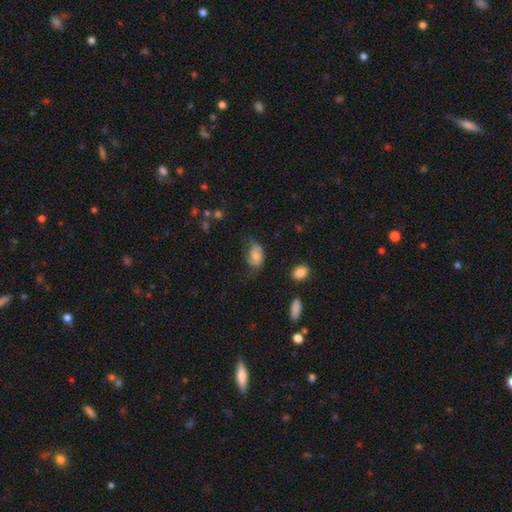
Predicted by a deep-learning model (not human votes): Smooth or featured? Predicted: smooth (p=0.76). How rounded? Predicted: in between (p=0.86). Merging? Predicted: none (p=0.43).